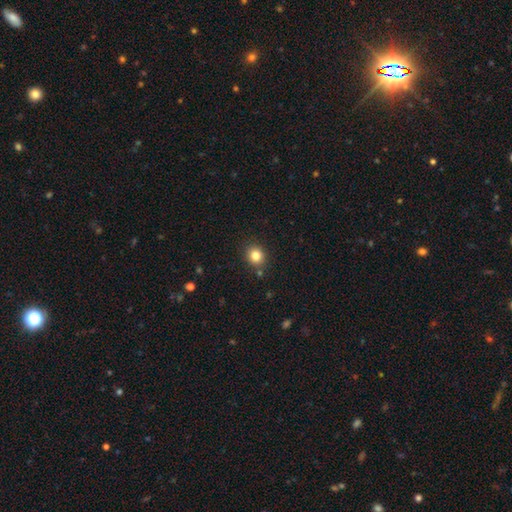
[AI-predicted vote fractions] smooth 82%, star or artifact 12%, featured or disk 6%. Down the decision tree: how rounded — round (81%); merging — none (86%).